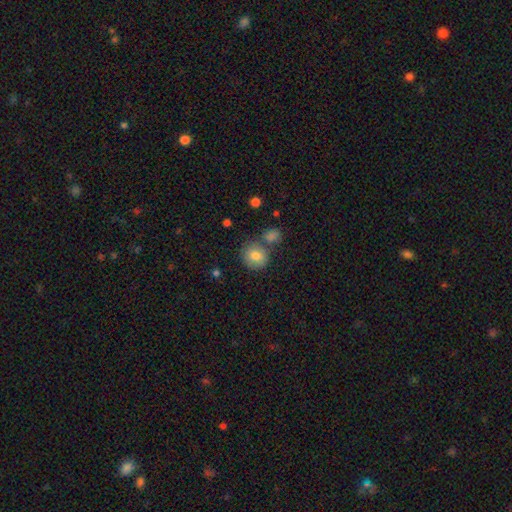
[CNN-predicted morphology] Overall: smooth (79%). How rounded: round (84%). Merging: none (65%).